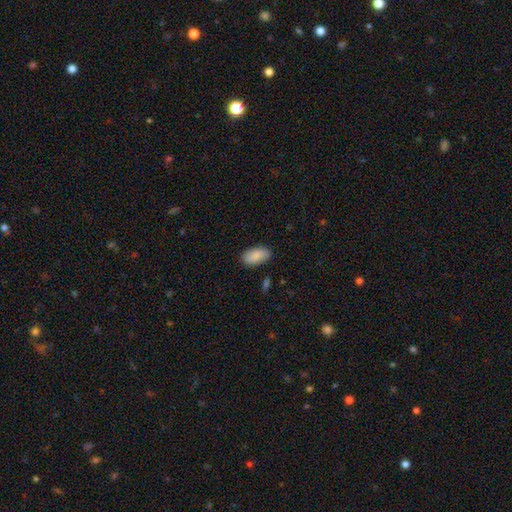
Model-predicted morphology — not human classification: Smooth or featured?
  - smooth: 87% *
  - featured or disk: 7%
  - star or artifact: 6%
How rounded?
  - in between: 94% *
  - cigar-shaped: 3%
  - round: 3%
Merging?
  - none: 85% *
  - minor disturbance: 11%
  - major disturbance: 2%
  - merger: 1%